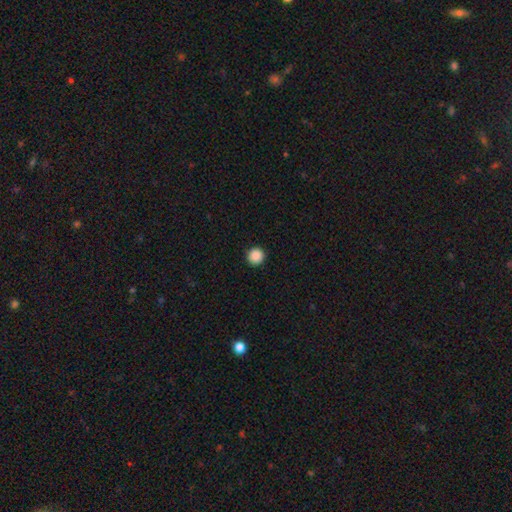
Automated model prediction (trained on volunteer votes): The model was most divided on "smooth or featured": smooth: 89%, star or artifact: 9%, featured or disk: 2%. More confident: how rounded — round (96%); merging — none (93%).